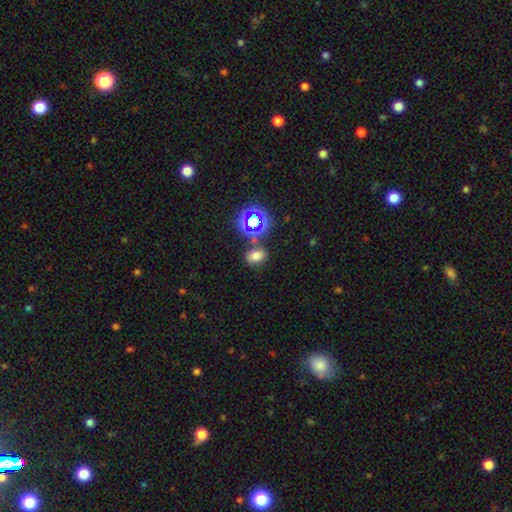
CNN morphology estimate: A smooth galaxy with no disk features (65%) that is in between round and cigar-shaped (70%).

Vote fractions:
- Smooth or featured? smooth: 65% / star or artifact: 26% / featured or disk: 9%
- How rounded? in between: 70% / round: 28% / cigar-shaped: 1%
- Merging? none: 73% / minor disturbance: 13% / merger: 10% / major disturbance: 4%